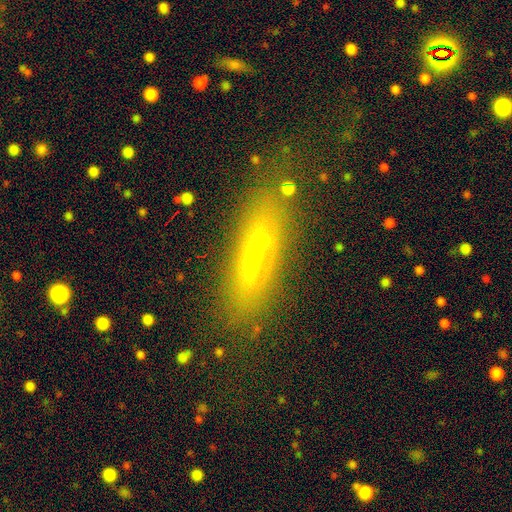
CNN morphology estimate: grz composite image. It shows a smooth galaxy with no disk features (50%). Merging: none (58%).